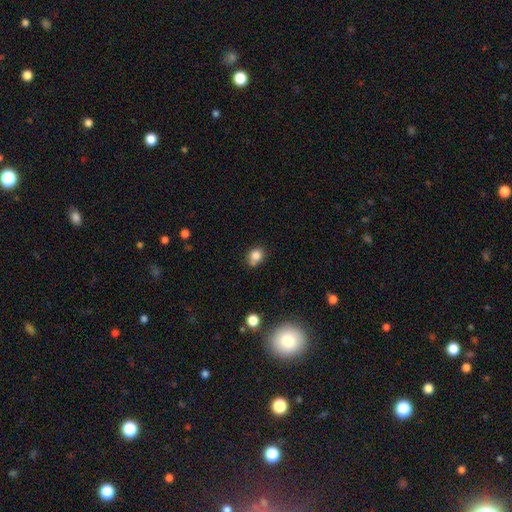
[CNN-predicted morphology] Overall: smooth (82%). How rounded: round (57%; in between 42%). Merging: none (63%; minor disturbance 23%).